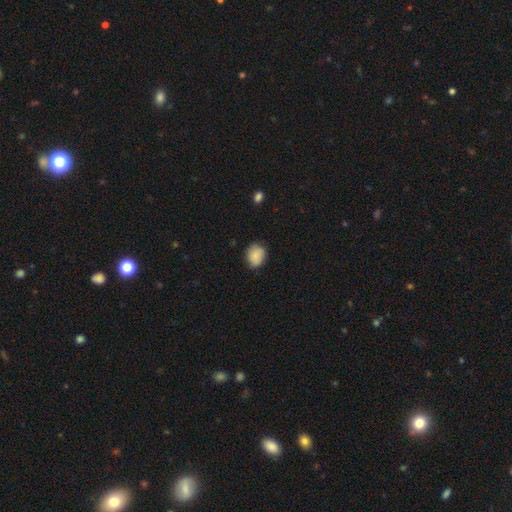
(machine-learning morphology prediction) This appears to be a smooth galaxy with no disk features (86%) that is round (50%). Merging: none (75%).